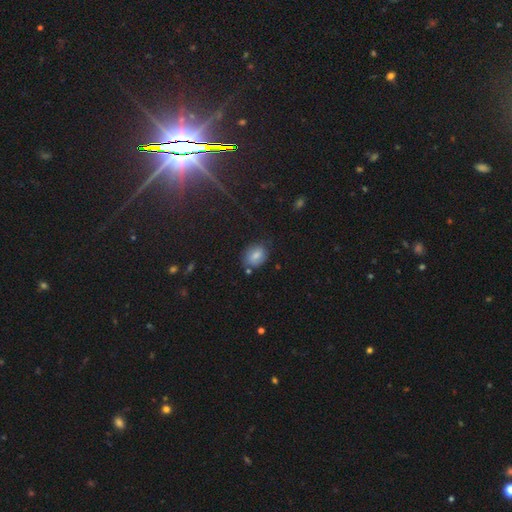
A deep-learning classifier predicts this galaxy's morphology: A smooth galaxy with no disk features (76%) that is in between round and cigar-shaped (62%). Merging: none (72%).